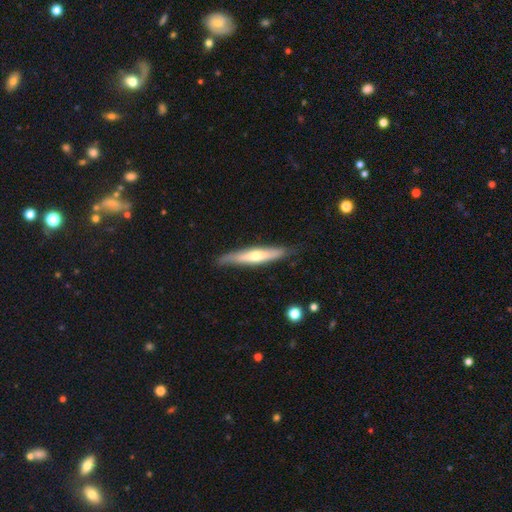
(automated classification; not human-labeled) Morphology: type=featured or disk (50%); merging=none (83%).